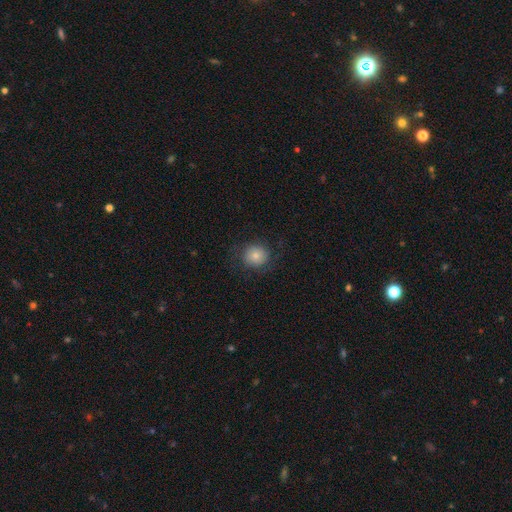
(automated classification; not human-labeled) Smooth or featured? smooth (78%)
How rounded? round (88%)
Merging? none (81%)